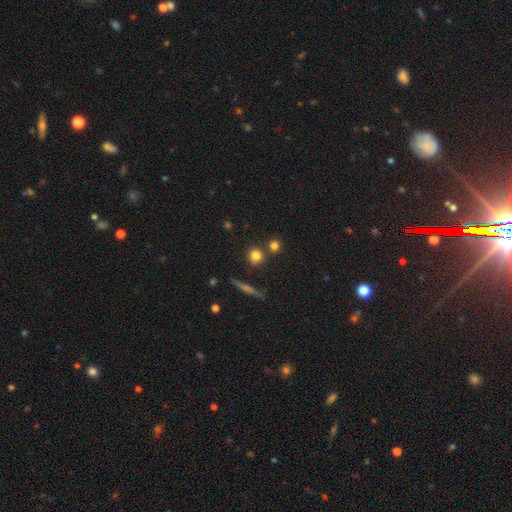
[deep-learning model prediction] smooth-or-featured: smooth: 79% | star or artifact: 12% | featured or disk: 9%
  how-rounded: round: 87% | in between: 10% | cigar-shaped: 3%
  merging: none: 77% | merger: 13% | minor disturbance: 8% | major disturbance: 3%